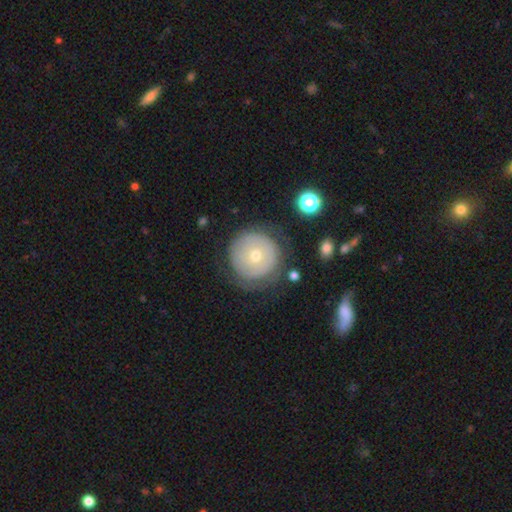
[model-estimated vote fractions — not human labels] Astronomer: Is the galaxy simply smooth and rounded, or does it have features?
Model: smooth — 51% (runner-up: featured or disk, 41%).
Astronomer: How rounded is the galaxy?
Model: round — 94%.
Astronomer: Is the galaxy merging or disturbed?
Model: none — 73%.